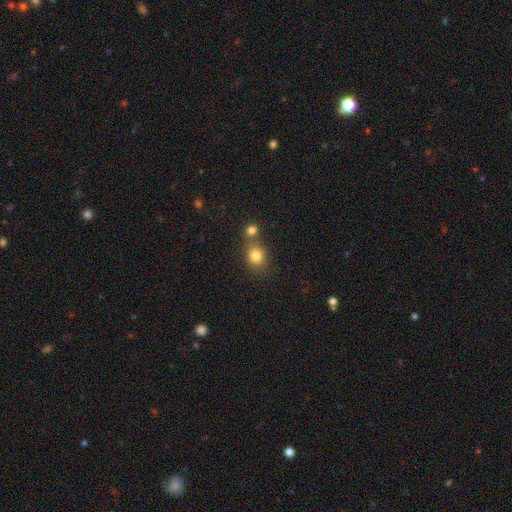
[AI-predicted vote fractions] Smooth or featured: smooth — 81% (star or artifact — 12%)
How rounded: round — 72% (in between — 27%)
Merging: none — 58% (merger — 29%)